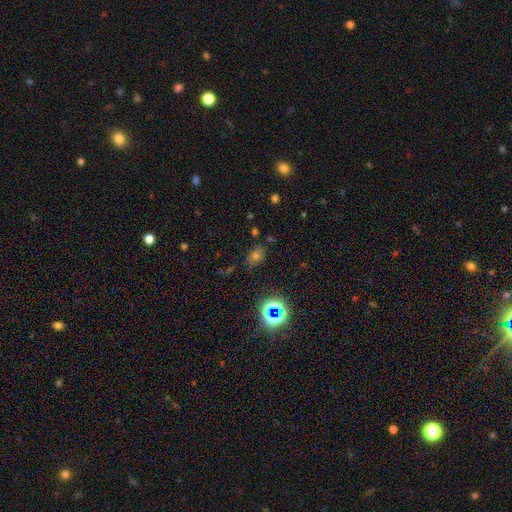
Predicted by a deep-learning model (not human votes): Q: Smooth or featured?
A: smooth (53%); runner-up: star or artifact (35%)
Q: How rounded?
A: in between (65%); runner-up: round (33%)
Q: Merging?
A: none (78%); runner-up: minor disturbance (14%)